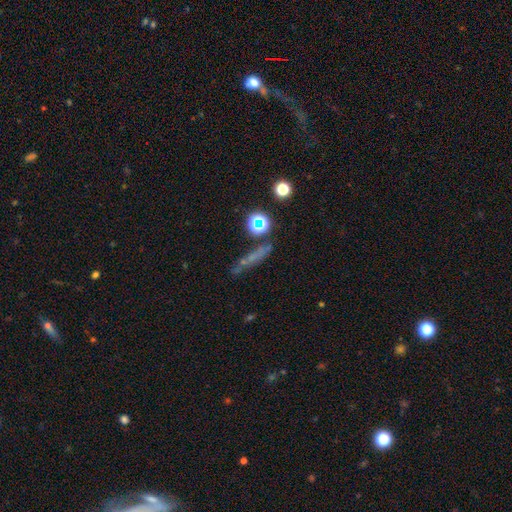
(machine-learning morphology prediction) smooth_or_featured: smooth (p=0.41) [alt: star or artifact p=0.34]
merging: none (p=0.67) [alt: minor disturbance p=0.15]